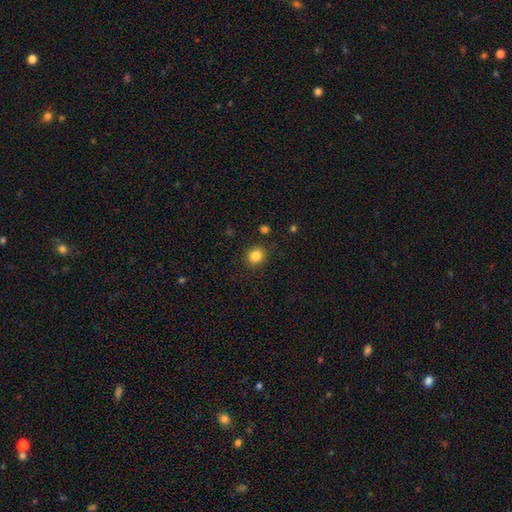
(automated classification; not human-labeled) This is clearly a smooth galaxy (84%). How rounded: clearly round (82%). Merging: clearly none (88%).